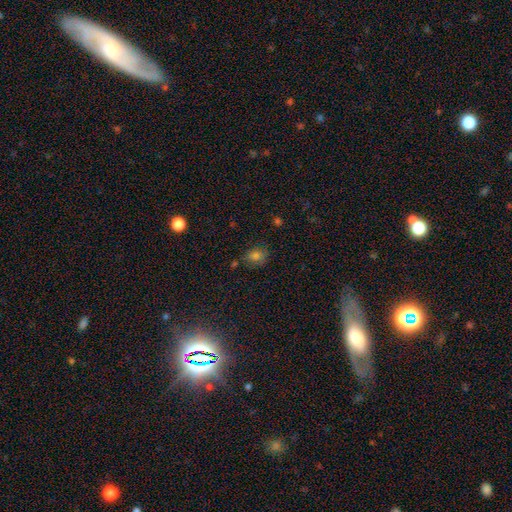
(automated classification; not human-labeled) This appears to be a smooth galaxy with no disk features (76%) that is in between round and cigar-shaped (50%). Merging: none (71%).